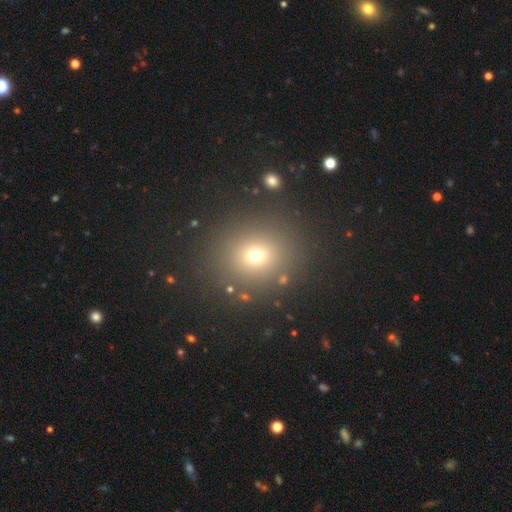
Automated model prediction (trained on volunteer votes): Smooth or featured? Predicted: smooth (p=0.67). How rounded? Predicted: round (p=0.81). Merging? Predicted: none (p=0.85).